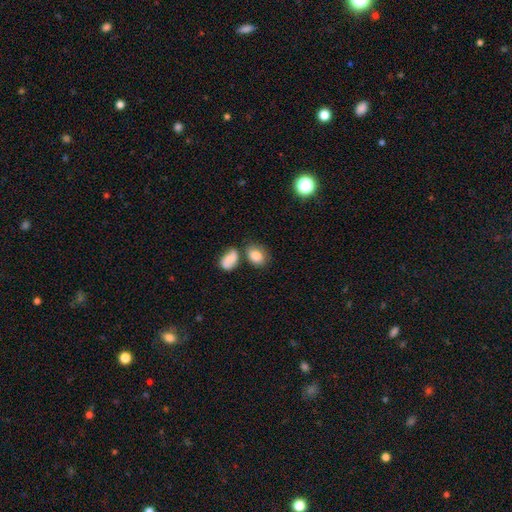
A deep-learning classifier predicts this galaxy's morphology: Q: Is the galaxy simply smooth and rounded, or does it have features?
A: smooth — 80%.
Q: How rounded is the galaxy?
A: in between — 69%.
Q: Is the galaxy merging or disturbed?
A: none — 55%.